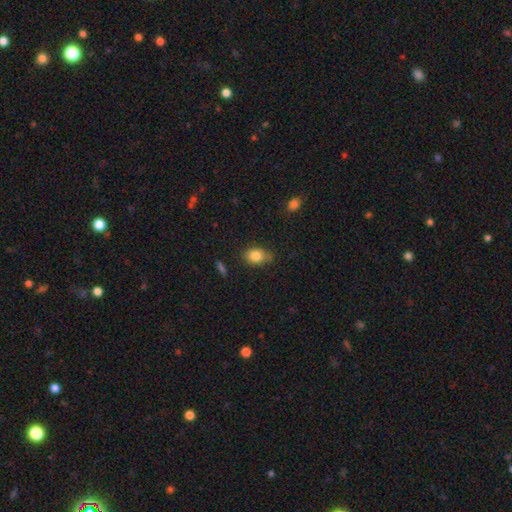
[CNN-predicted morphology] Smooth or featured? smooth (84%)
How rounded? in between (66%)
Merging? none (71%)